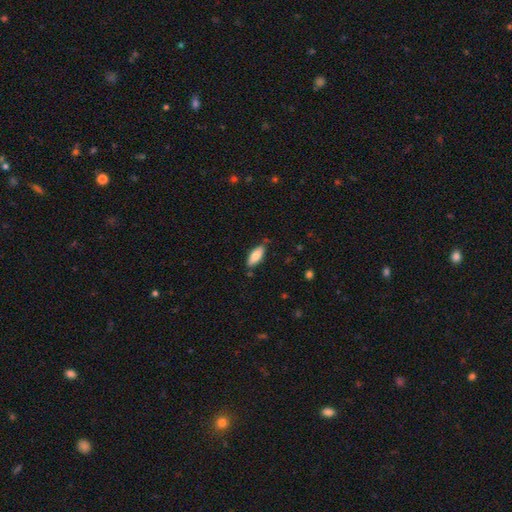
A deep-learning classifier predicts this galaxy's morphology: Smooth or featured? smooth (82%)
How rounded? in between (77%)
Merging? none (80%)